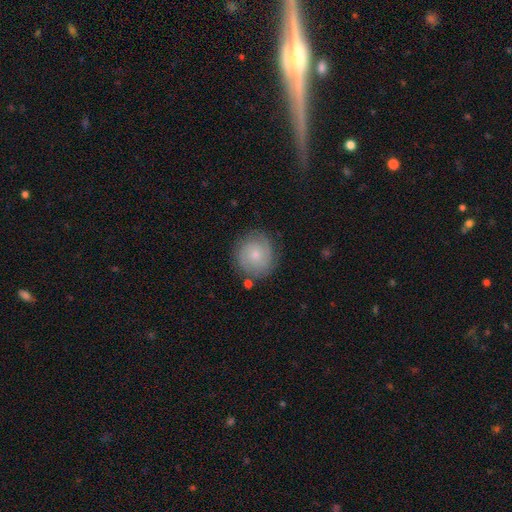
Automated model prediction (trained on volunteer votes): Morphology: type=featured or disk (52%); edge-on=no (98%); bar=no (78%); spiral arms=yes (86%); bulge=small (63%); merging=none (80%).